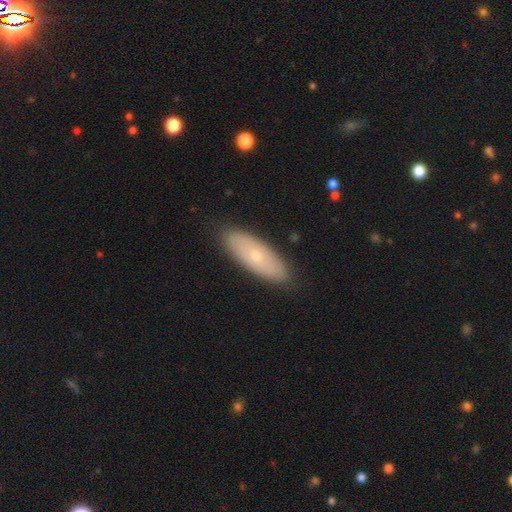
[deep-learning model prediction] This is possibly a smooth galaxy (57%). How rounded: likely in between (69%). Merging: clearly none (87%).